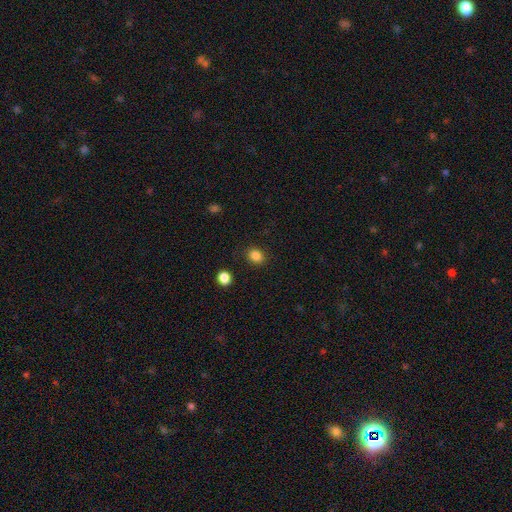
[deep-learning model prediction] smooth 85%, star or artifact 11%, featured or disk 4%. Down the decision tree: how rounded — round (54%); merging — none (87%).